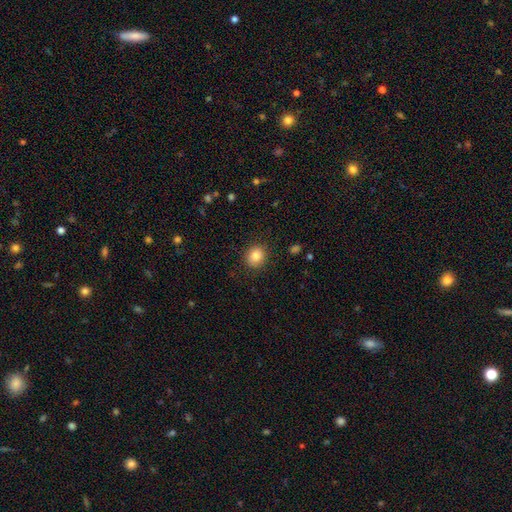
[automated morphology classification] This is clearly a smooth galaxy (84%). How rounded: likely round (74%). Merging: clearly none (89%).